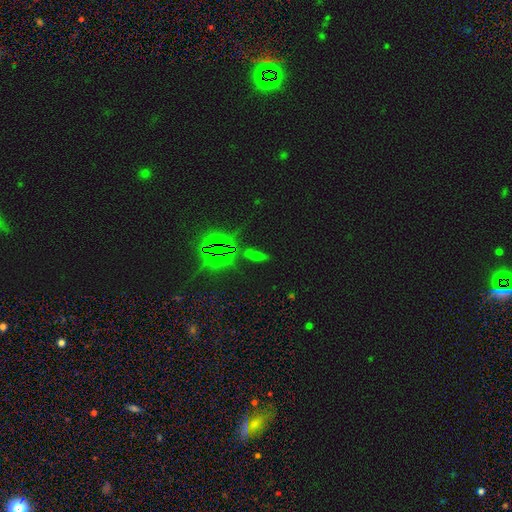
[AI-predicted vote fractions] Smooth or featured: star or artifact — 45% (smooth — 41%)